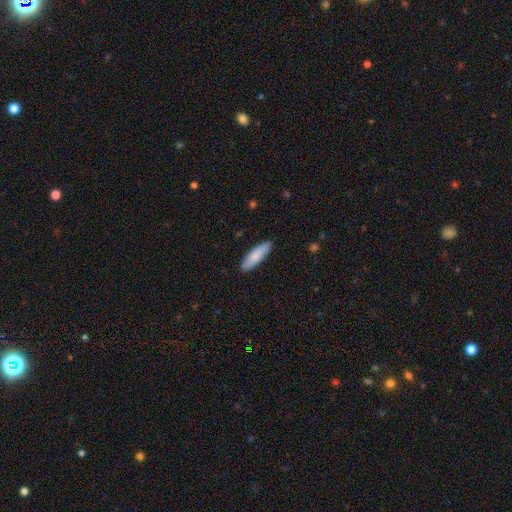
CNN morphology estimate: The model was most divided on "how rounded": cigar-shaped: 58%, in between: 40%, round: 1%. More confident: merging — none (89%); smooth or featured — smooth (82%).